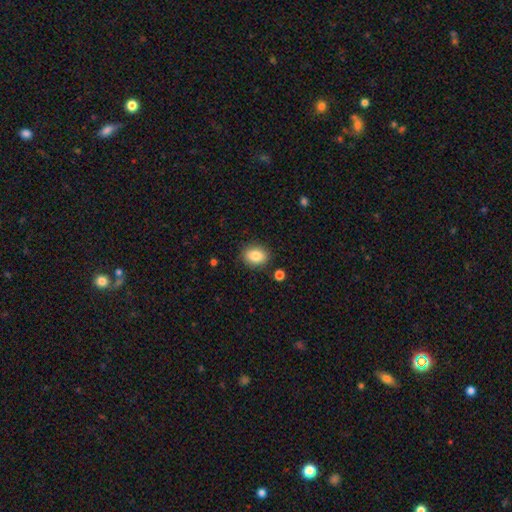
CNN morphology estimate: Smooth or featured? smooth (85%)
How rounded? in between (63%)
Merging? none (86%)